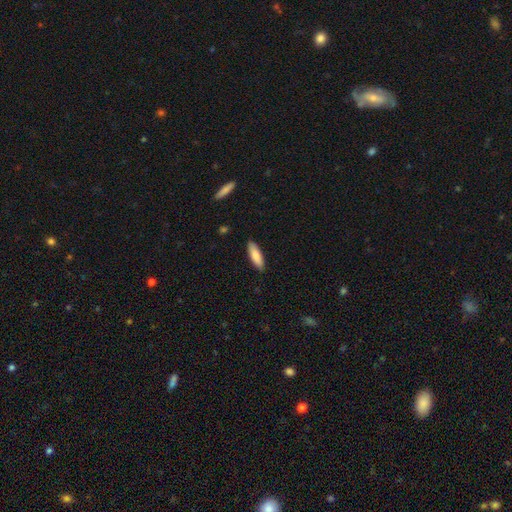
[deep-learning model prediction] Morphology: type=smooth (85%); roundness=in between (50%); merging=none (88%).